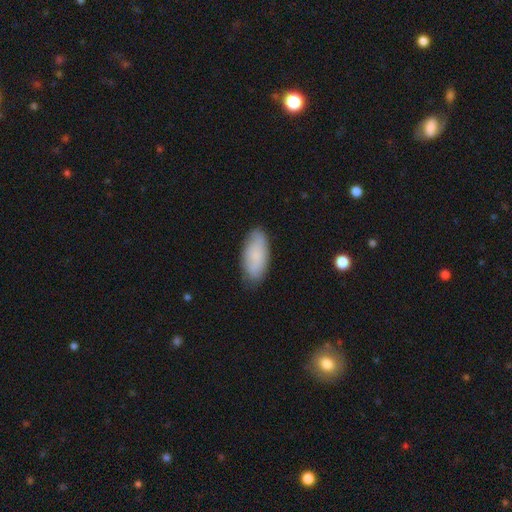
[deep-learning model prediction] Smooth or featured? Predicted: smooth (p=0.79). How rounded? Predicted: in between (p=0.88). Merging? Predicted: none (p=0.80).